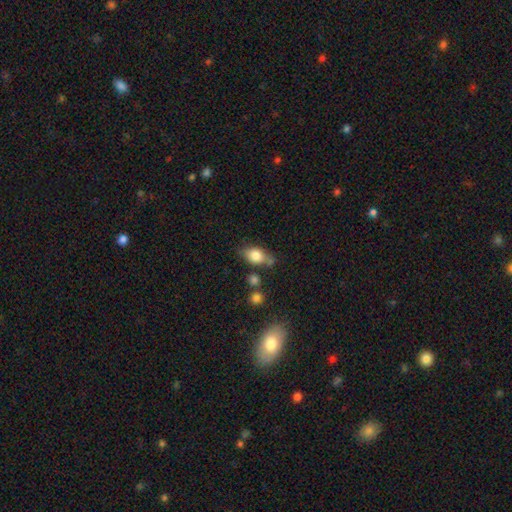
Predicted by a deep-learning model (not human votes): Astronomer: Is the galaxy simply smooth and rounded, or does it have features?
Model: smooth — 74%.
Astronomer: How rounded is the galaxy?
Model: in between — 75%.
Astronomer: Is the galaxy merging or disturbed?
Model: none — 58%.